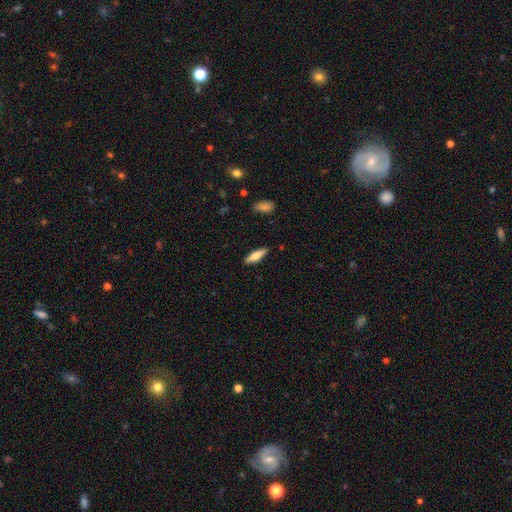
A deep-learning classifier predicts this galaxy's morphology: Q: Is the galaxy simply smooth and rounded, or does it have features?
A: smooth — 59%.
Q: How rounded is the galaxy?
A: cigar-shaped — 62%.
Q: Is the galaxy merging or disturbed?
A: none — 89%.